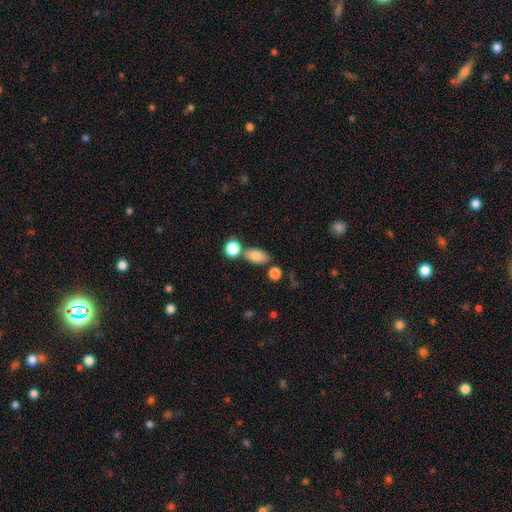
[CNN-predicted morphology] smooth_or_featured: smooth (p=0.81) [alt: featured or disk p=0.10]
how_rounded: in between (p=0.86) [alt: round p=0.10]
merging: none (p=0.66) [alt: merger p=0.18]